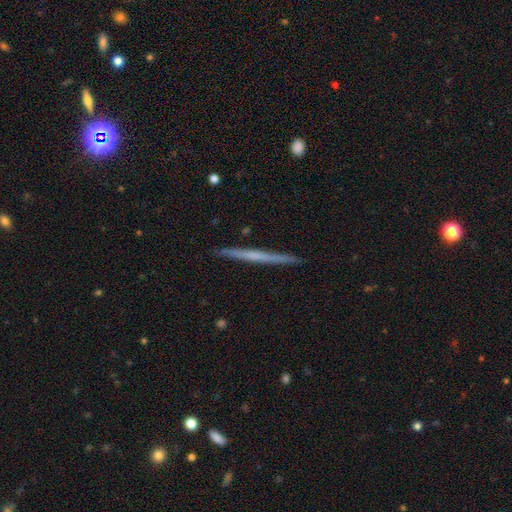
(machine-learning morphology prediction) A featured or disk galaxy (56%) viewed edge-on (98%) with no central bulge (83%). Merging: none (91%).